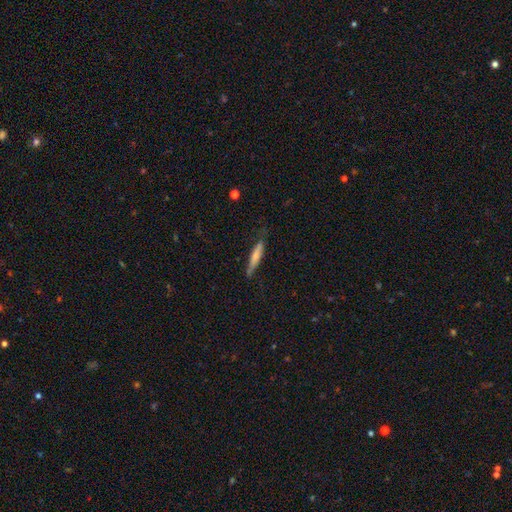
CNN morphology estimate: A smooth galaxy with no disk features (58%) that is cigar-shaped (87%). Merging: none (70%).